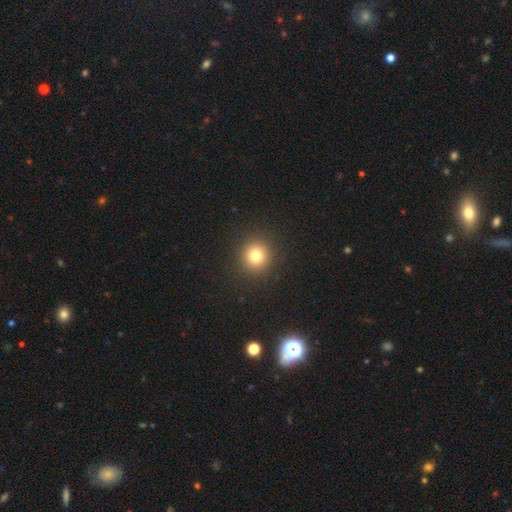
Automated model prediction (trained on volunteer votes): Q: Smooth or featured?
A: smooth (78%); runner-up: star or artifact (14%)
Q: How rounded?
A: round (93%); runner-up: in between (6%)
Q: Merging?
A: none (92%); runner-up: minor disturbance (5%)